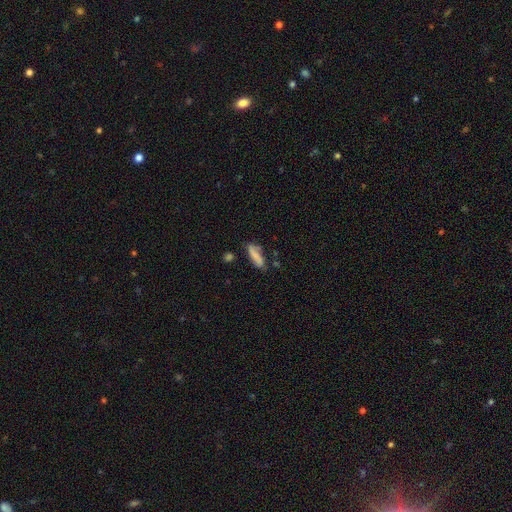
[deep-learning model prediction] smooth_or_featured: smooth (p=0.74) [alt: featured or disk p=0.18]
how_rounded: in between (p=0.50) [alt: cigar-shaped p=0.48]
merging: none (p=0.61) [alt: minor disturbance p=0.25]